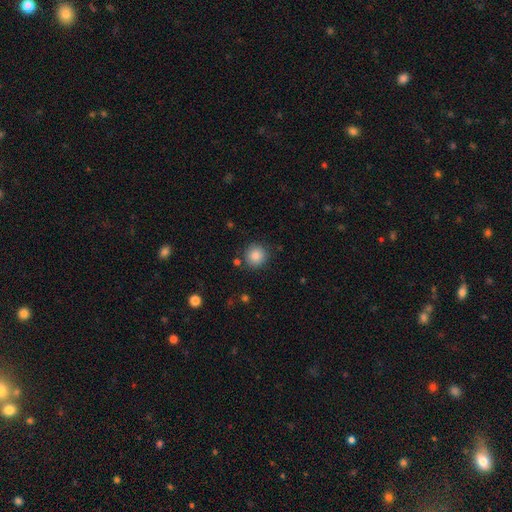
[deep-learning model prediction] This appears to be a smooth galaxy with no disk features (86%) that is round (93%). Merging: none (86%).